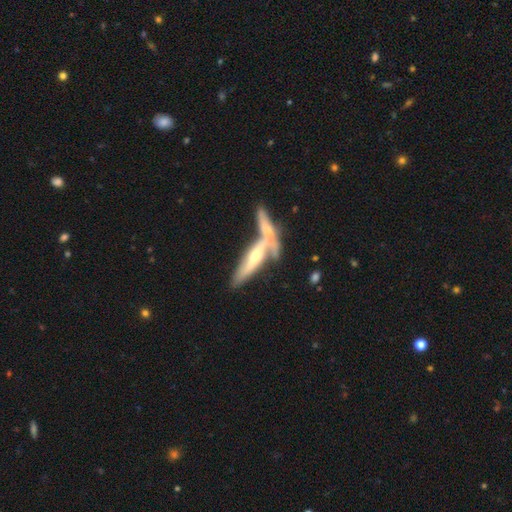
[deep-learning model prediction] Q: Smooth or featured?
A: featured or disk (68%); runner-up: smooth (24%)
Q: Edge-on disk?
A: yes (76%); runner-up: no (24%)
Q: Edge-on bulge?
A: rounded (83%); runner-up: none (10%)
Q: Merging?
A: merger (51%); runner-up: none (33%)